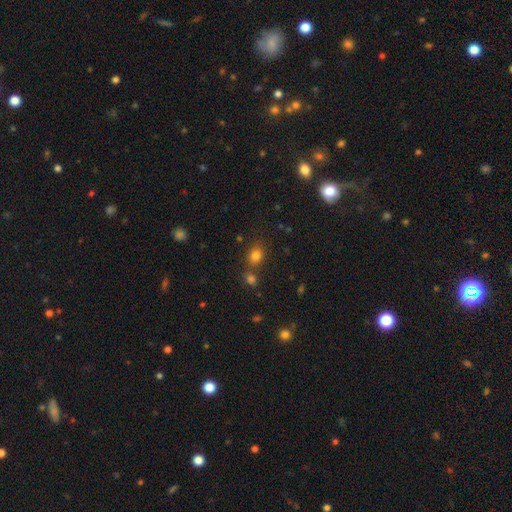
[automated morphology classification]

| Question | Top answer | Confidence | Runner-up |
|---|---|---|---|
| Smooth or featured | smooth | 79% | star or artifact (14%) |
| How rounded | in between | 51% | round (48%) |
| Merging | none | 68% | merger (17%) |